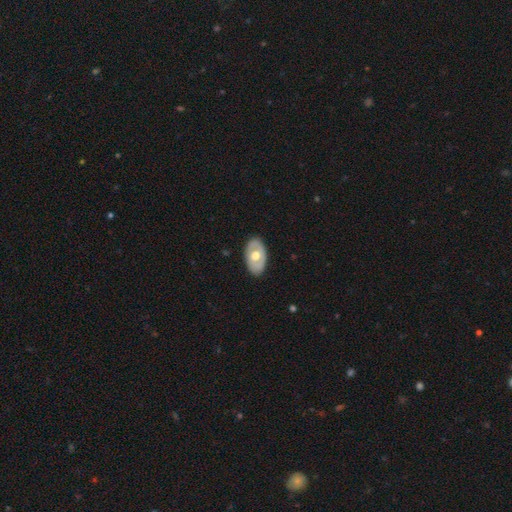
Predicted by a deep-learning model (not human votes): A smooth galaxy with no disk features (48%, tied with featured or disk). Merging: none (85%).